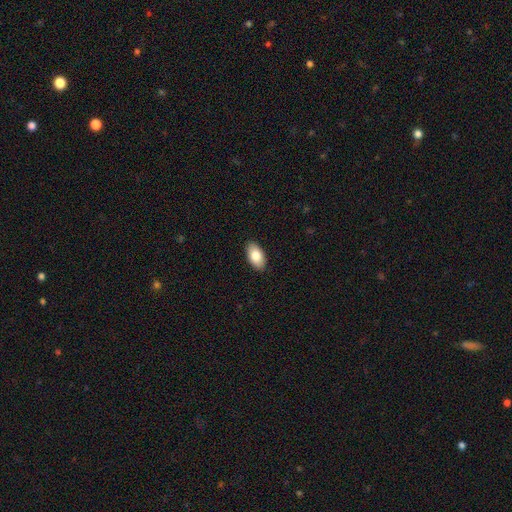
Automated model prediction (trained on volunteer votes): This appears to be a smooth galaxy with no disk features (84%) that is in between round and cigar-shaped (95%). Merging: none (90%).